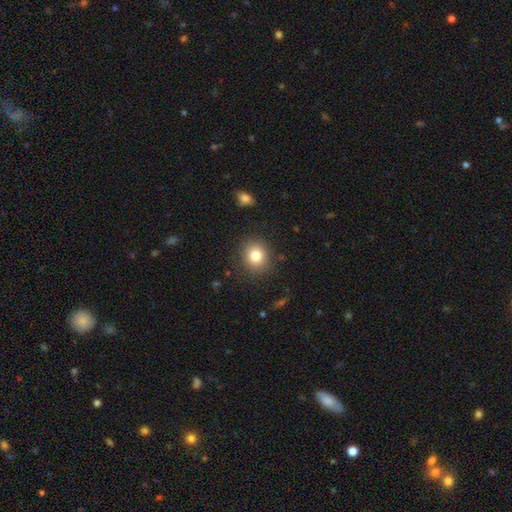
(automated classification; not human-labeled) The model was most divided on "how rounded": round: 77%, in between: 22%, cigar-shaped: 1%. More confident: merging — none (87%); smooth or featured — smooth (82%).